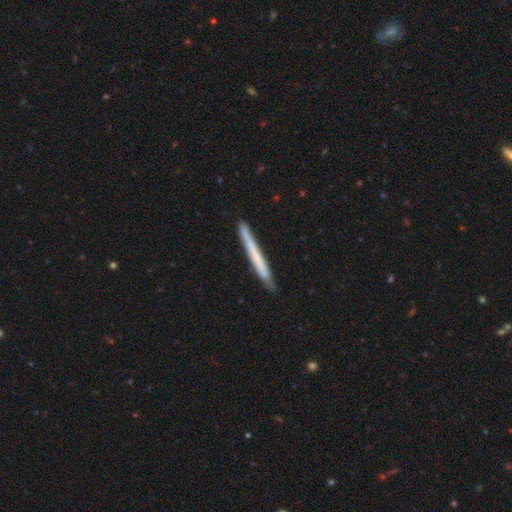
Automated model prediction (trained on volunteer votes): Smooth or featured?
  - smooth: 57% *
  - featured or disk: 38%
  - star or artifact: 6%
How rounded?
  - cigar-shaped: 97% *
  - in between: 2%
  - round: 1%
Merging?
  - none: 86% *
  - minor disturbance: 11%
  - major disturbance: 2%
  - merger: 1%